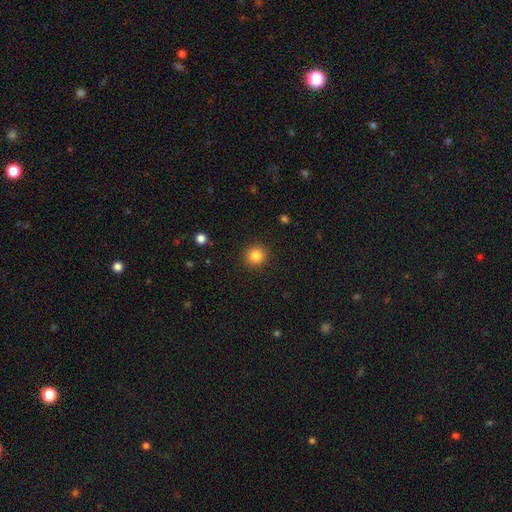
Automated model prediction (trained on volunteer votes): A smooth galaxy with no disk features (84%) that is round (92%). Merging: none (92%).